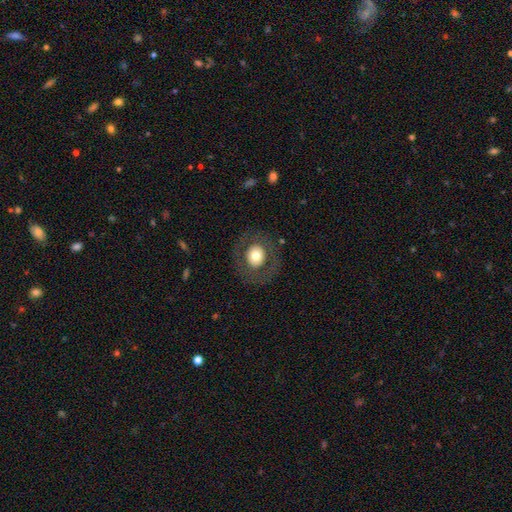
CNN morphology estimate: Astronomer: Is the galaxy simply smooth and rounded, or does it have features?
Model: smooth — 61%.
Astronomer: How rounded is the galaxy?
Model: round — 78%.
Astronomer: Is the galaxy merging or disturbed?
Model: none — 82%.